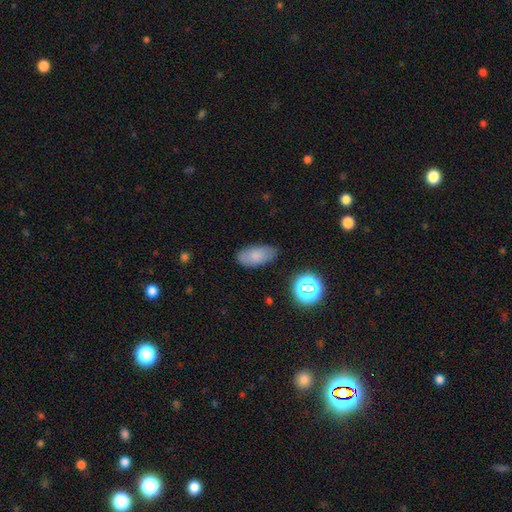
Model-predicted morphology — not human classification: Smooth or featured? smooth (77%)
How rounded? in between (92%)
Merging? none (77%)